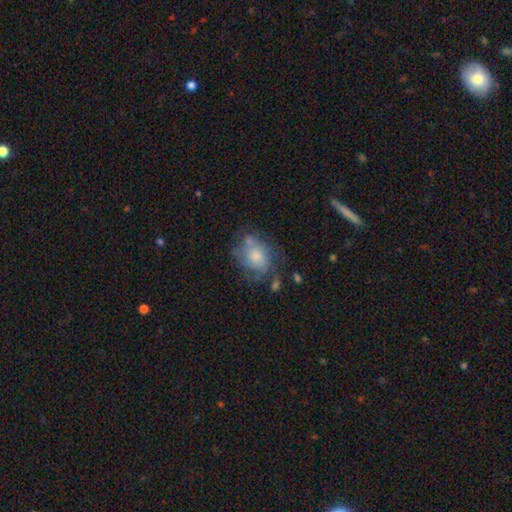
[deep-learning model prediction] smooth 59%, featured or disk 32%, star or artifact 8%. Down the decision tree: how rounded — in between (51%); merging — none (45%).